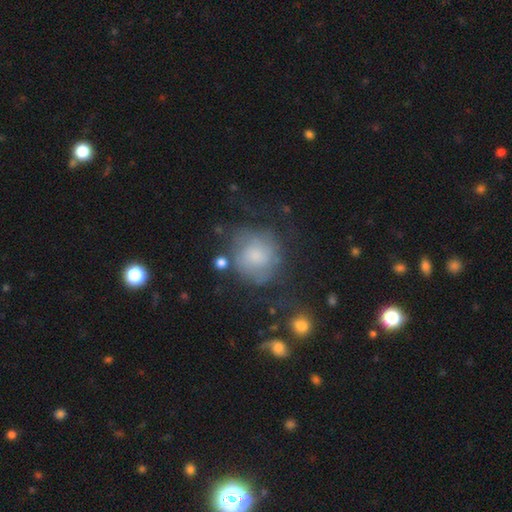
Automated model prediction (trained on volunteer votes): This appears to be a smooth galaxy with no disk features (49%). Merging: none (54%).